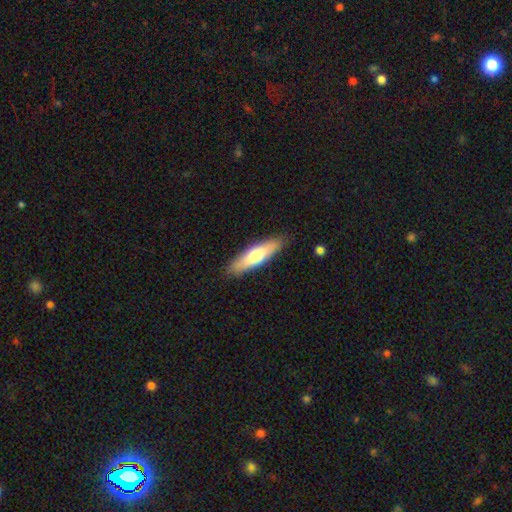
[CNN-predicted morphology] Q: Smooth or featured?
A: smooth (66%); runner-up: featured or disk (29%)
Q: How rounded?
A: cigar-shaped (69%); runner-up: in between (29%)
Q: Merging?
A: none (89%); runner-up: minor disturbance (9%)